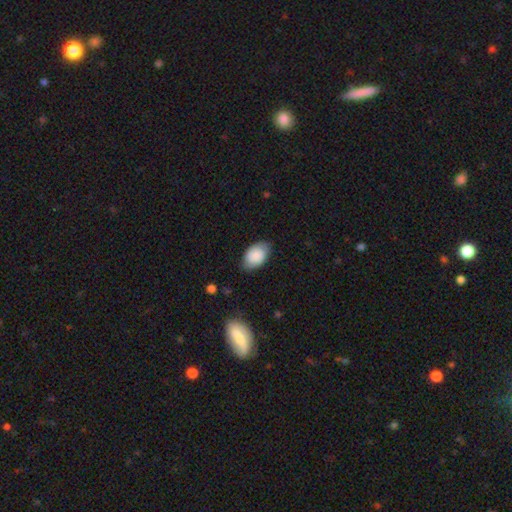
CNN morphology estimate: Q: Smooth or featured?
A: smooth (86%); runner-up: featured or disk (8%)
Q: How rounded?
A: in between (91%); runner-up: round (8%)
Q: Merging?
A: none (78%); runner-up: minor disturbance (18%)